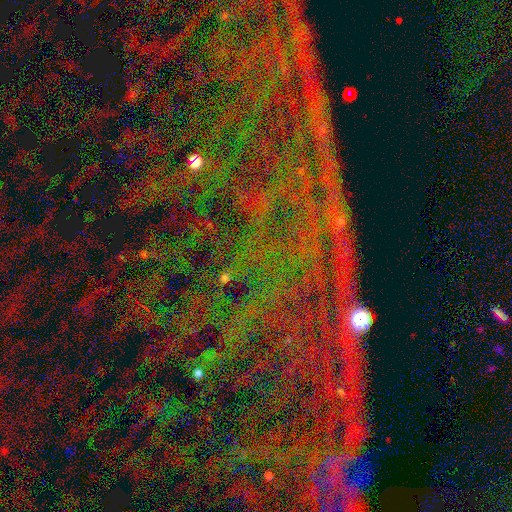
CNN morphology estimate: smooth-or-featured: star or artifact: 84% | featured or disk: 8% | smooth: 8%